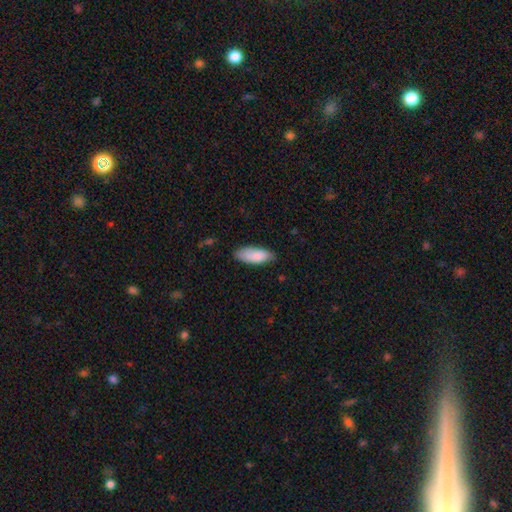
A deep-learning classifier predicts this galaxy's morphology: smooth_or_featured: smooth (p=0.87) [alt: featured or disk p=0.07]
how_rounded: in between (p=0.78) [alt: cigar-shaped p=0.21]
merging: none (p=0.75) [alt: minor disturbance p=0.21]